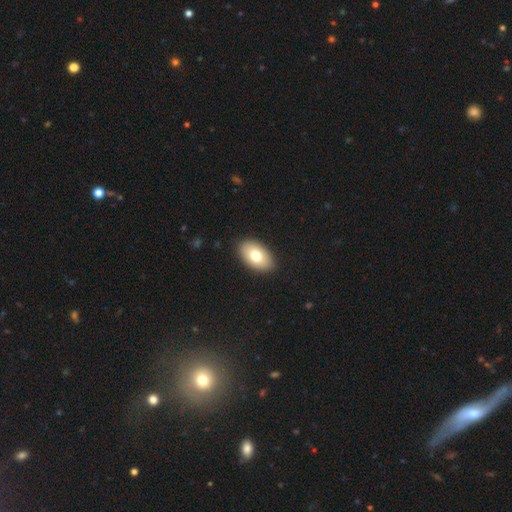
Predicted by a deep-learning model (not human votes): A smooth galaxy with no disk features (75%) that is in between round and cigar-shaped (92%).

Vote fractions:
- Smooth or featured? smooth: 75% / featured or disk: 18% / star or artifact: 7%
- How rounded? in between: 92% / round: 6% / cigar-shaped: 1%
- Merging? none: 89% / minor disturbance: 8% / major disturbance: 2% / merger: 1%